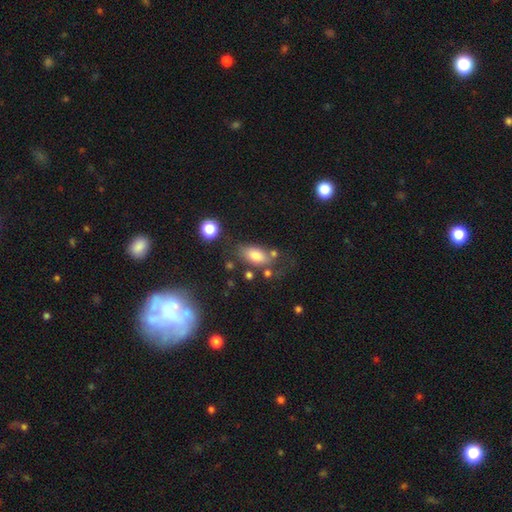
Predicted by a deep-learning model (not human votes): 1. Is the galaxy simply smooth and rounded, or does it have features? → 78% smooth, 13% featured or disk, 9% star or artifact.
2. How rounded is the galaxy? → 88% in between, 6% round, 6% cigar-shaped.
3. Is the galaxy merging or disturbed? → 57% none, 21% minor disturbance, 11% major disturbance, 11% merger.